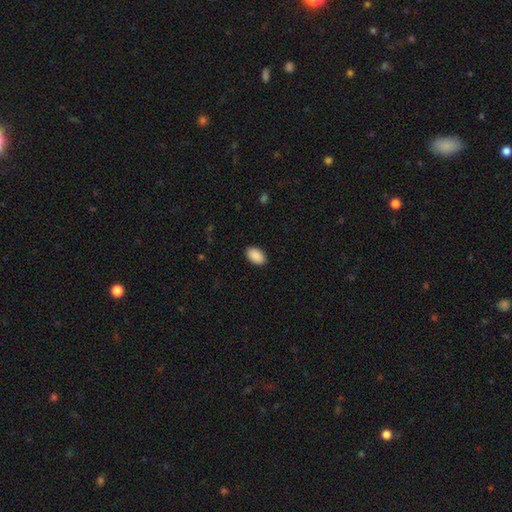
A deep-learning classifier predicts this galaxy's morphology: This appears to be a smooth galaxy with no disk features (91%) that is in between round and cigar-shaped (93%). Merging: none (90%).